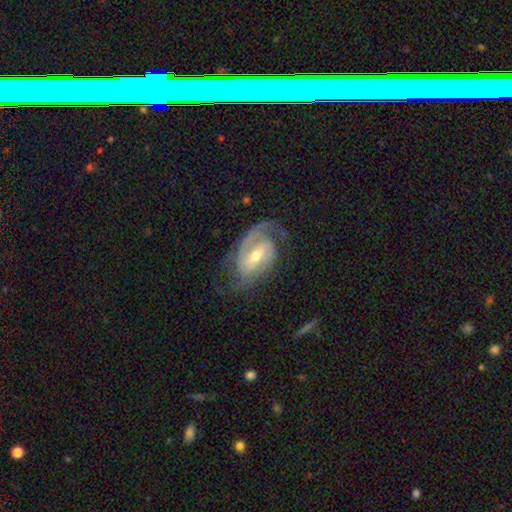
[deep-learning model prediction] A featured or disk galaxy (87%) with a weak bar (46%), 2 (71%) medium (44%) spiral arms (96%) and a moderate central bulge (56%).

Vote fractions:
- Smooth or featured? featured or disk: 87% / smooth: 8% / star or artifact: 5%
- Edge-on disk? no: 96% / yes: 4%
- Bar? weak: 46% / strong: 29% / no: 25%
- Spiral arms? yes: 96% / no: 4%
- Spiral winding? medium: 44% / tight: 43% / loose: 14%
- Spiral arm count? 2: 71% / 1: 10% / can't tell: 9% / 3: 7% / 4: 2% / more than 4: 2%
- Bulge size? moderate: 56% / small: 40% / large: 3% / none: 1% / dominant: 1%
- Merging? none: 68% / minor disturbance: 18% / major disturbance: 12% / merger: 1%